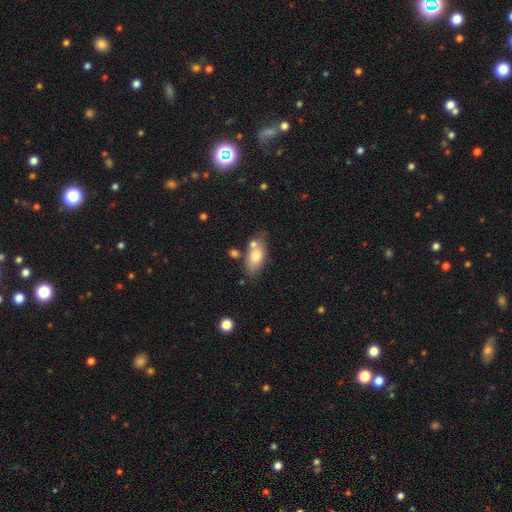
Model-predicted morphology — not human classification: A smooth galaxy with no disk features (73%) that is in between round and cigar-shaped (86%). Merging: none (60%).